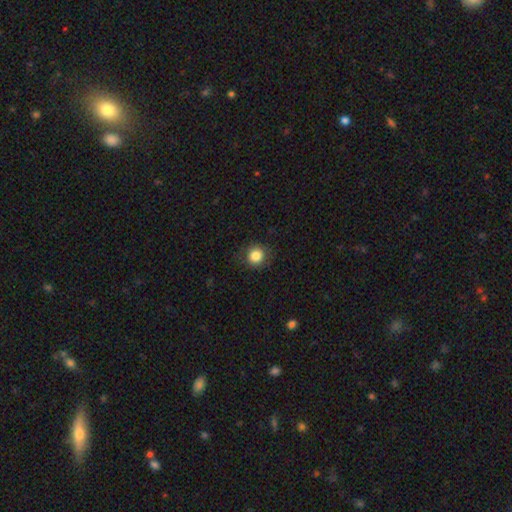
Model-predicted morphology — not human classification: Overall: smooth (85%). How rounded: round (89%). Merging: none (85%).